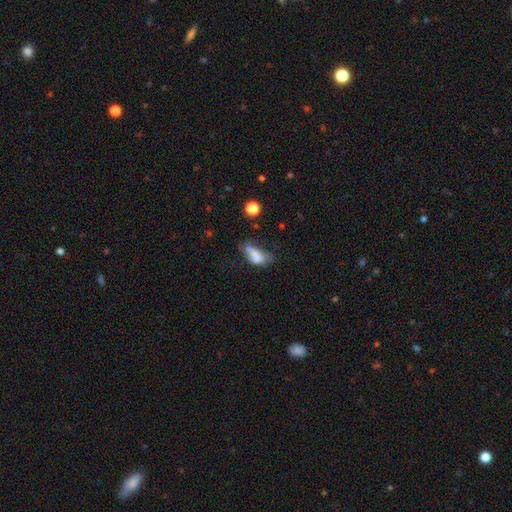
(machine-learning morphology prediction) A smooth galaxy with no disk features (69%) that is in between round and cigar-shaped (81%). Merging: minor disturbance (33%).